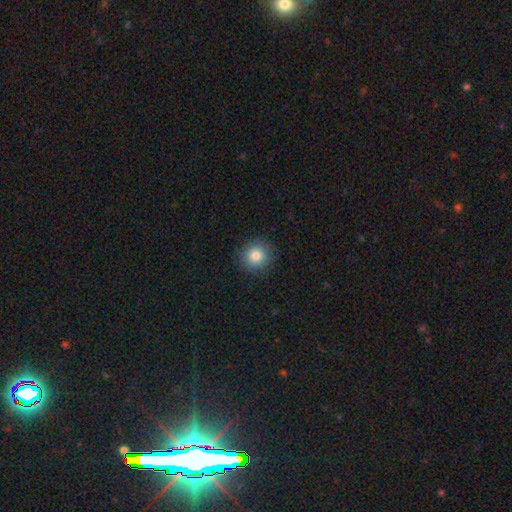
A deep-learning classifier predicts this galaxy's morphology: smooth-or-featured: smooth: 82% | star or artifact: 11% | featured or disk: 8%
  how-rounded: round: 93% | in between: 6% | cigar-shaped: 1%
  merging: none: 89% | minor disturbance: 7% | major disturbance: 2% | merger: 1%